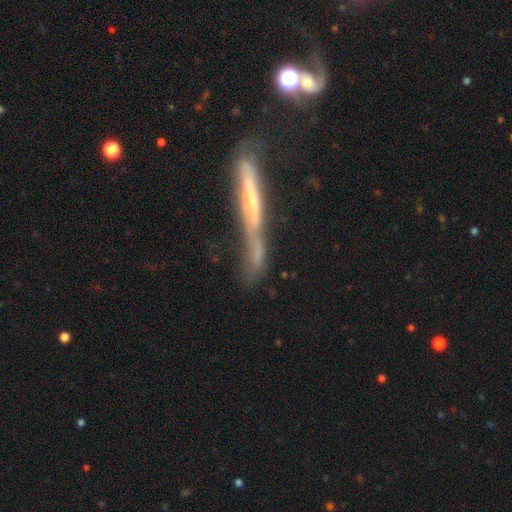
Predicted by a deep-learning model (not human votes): The model was most divided on "merging": none: 42%, minor disturbance: 24%, major disturbance: 19%, merger: 15%. More confident: edge-on disk — yes (75%); smooth or featured — featured or disk (55%).